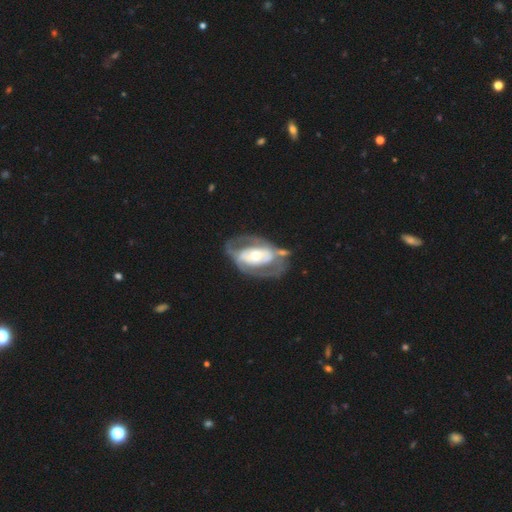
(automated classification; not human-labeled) Smooth or featured? Predicted: featured or disk (p=0.74). Edge-on disk? Predicted: no (p=0.94). Bar? Predicted: no (p=0.57). Spiral arms? Predicted: yes (p=0.54). Bulge size? Predicted: moderate (p=0.61). Merging? Predicted: none (p=0.56).